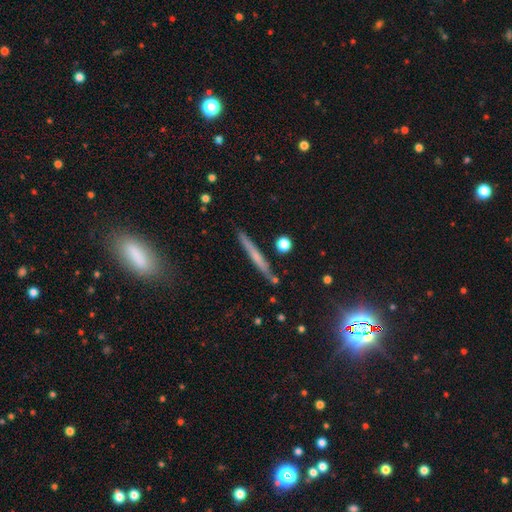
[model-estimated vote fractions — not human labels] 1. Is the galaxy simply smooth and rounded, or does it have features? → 47% smooth, 44% featured or disk, 9% star or artifact.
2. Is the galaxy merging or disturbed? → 86% none, 9% minor disturbance, 2% merger, 2% major disturbance.